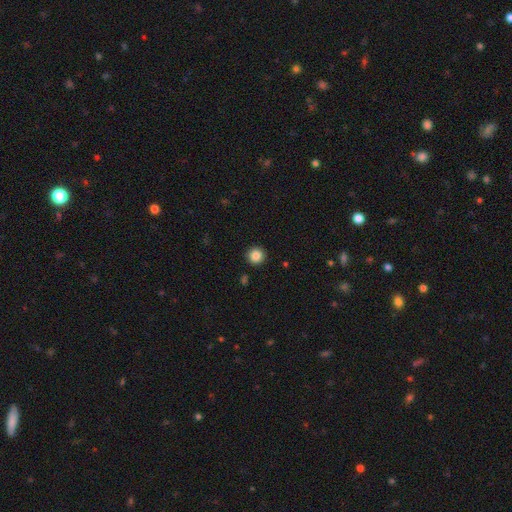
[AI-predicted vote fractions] A smooth galaxy with no disk features (86%) that is round (95%). Merging: none (92%).